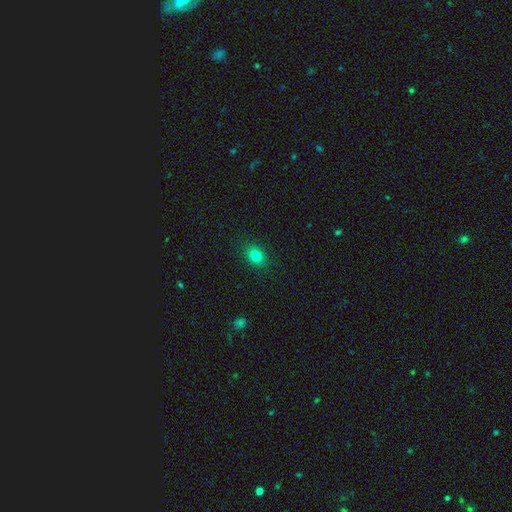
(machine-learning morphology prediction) Smooth or featured? smooth (81%)
How rounded? round (54%)
Merging? none (89%)